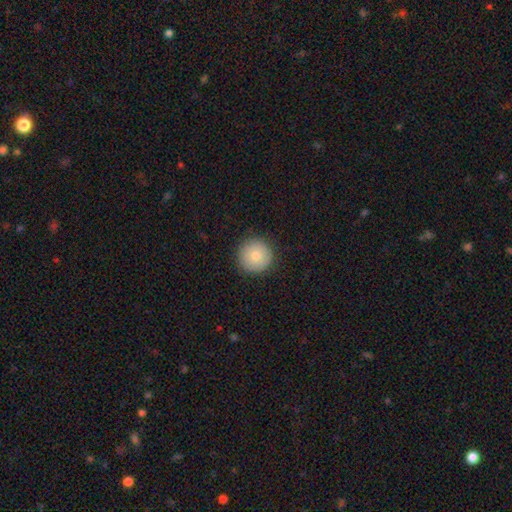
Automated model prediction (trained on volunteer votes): Smooth or featured?
  - smooth: 78% *
  - featured or disk: 13%
  - star or artifact: 8%
How rounded?
  - round: 96% *
  - in between: 3%
  - cigar-shaped: 1%
Merging?
  - none: 89% *
  - minor disturbance: 8%
  - major disturbance: 2%
  - merger: 1%